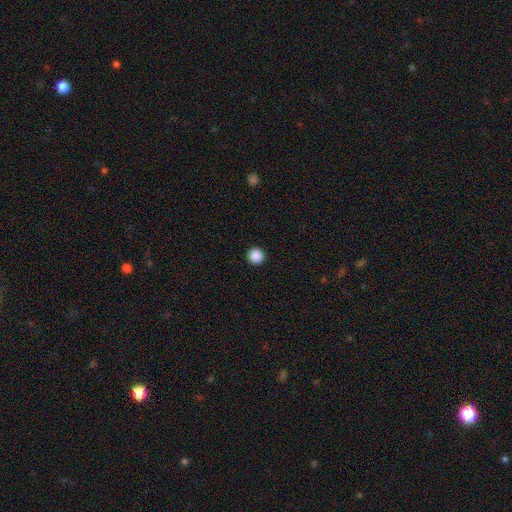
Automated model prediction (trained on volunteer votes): This appears to be a smooth galaxy with no disk features (89%) that is round (96%). Merging: none (94%).